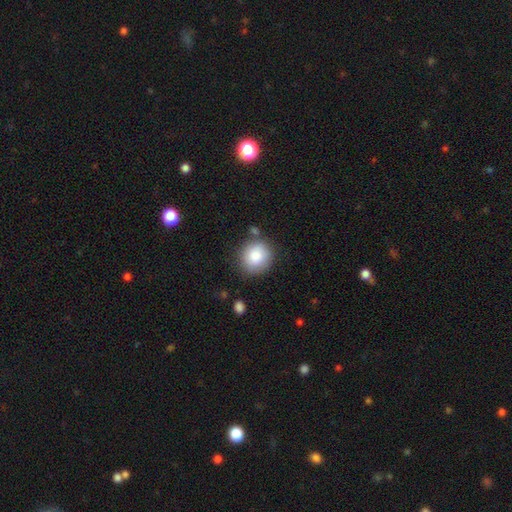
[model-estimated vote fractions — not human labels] smooth-or-featured: smooth: 85% | star or artifact: 8% | featured or disk: 8%
  how-rounded: round: 88% | in between: 11% | cigar-shaped: 1%
  merging: none: 79% | minor disturbance: 12% | merger: 5% | major disturbance: 3%